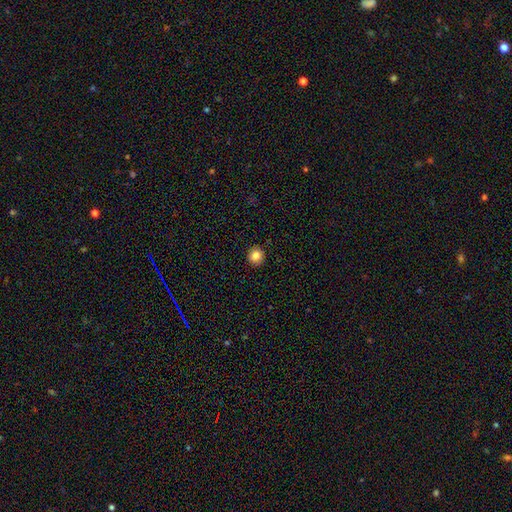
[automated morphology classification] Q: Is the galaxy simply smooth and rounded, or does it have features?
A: smooth — 84%.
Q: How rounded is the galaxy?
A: round — 91%.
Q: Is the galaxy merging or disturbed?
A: none — 92%.